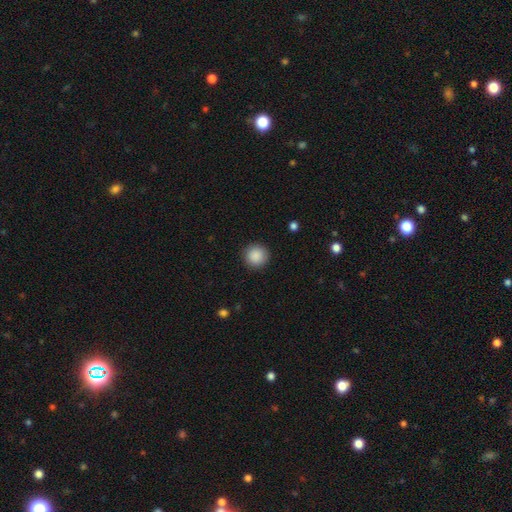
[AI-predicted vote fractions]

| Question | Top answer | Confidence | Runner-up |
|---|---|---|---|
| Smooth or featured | smooth | 89% | star or artifact (8%) |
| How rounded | round | 95% | in between (4%) |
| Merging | none | 91% | minor disturbance (6%) |